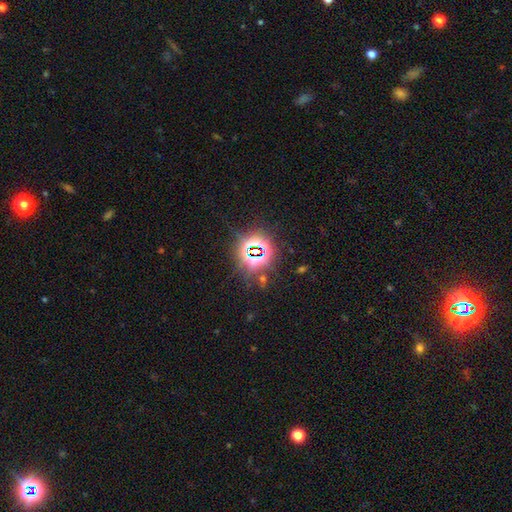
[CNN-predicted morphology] Overall: star or artifact (79%).